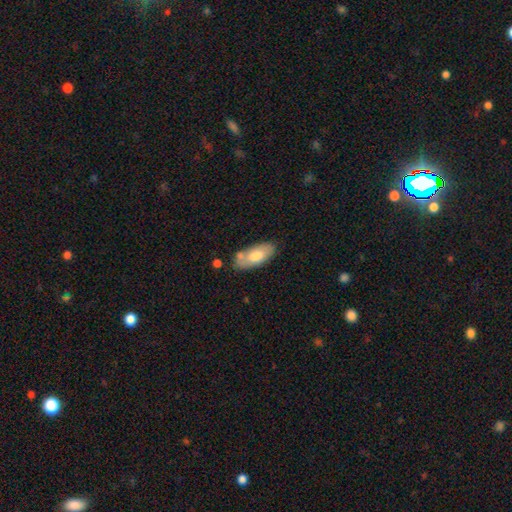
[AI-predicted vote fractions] This is likely a smooth galaxy (67%). How rounded: clearly in between (86%). Merging: likely none (66%).